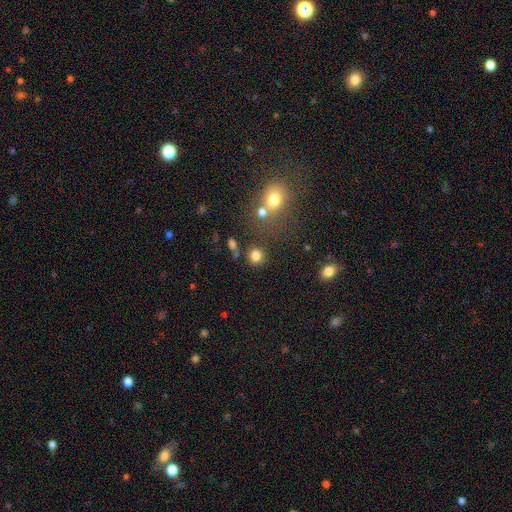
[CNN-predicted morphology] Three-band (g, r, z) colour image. It shows a smooth galaxy with no disk features (80%) that is round (90%). Merging: none (80%).